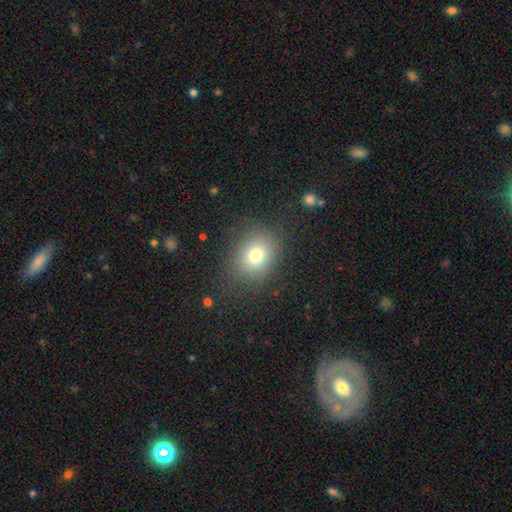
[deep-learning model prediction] smooth 74%, star or artifact 14%, featured or disk 11%. Down the decision tree: how rounded — round (60%); merging — none (81%).